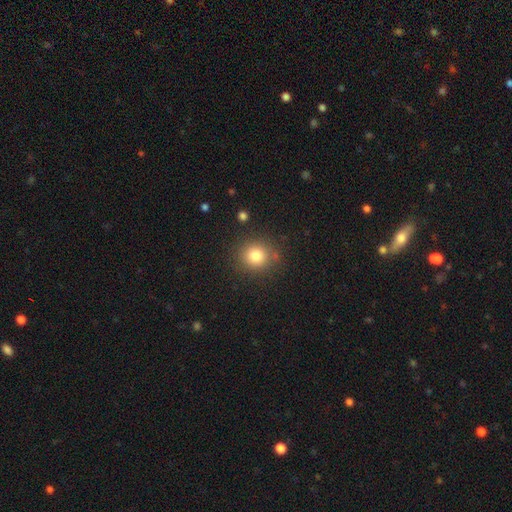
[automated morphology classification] This appears to be a smooth galaxy with no disk features (80%) that is round (87%). Merging: none (83%).